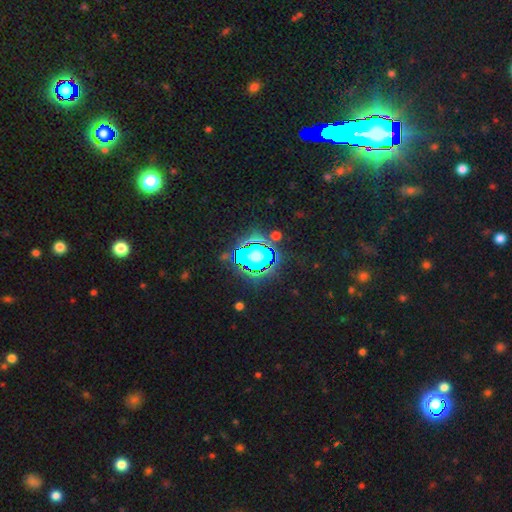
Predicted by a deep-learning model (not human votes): Smooth or featured?
  - star or artifact: 53% *
  - smooth: 27%
  - featured or disk: 20%